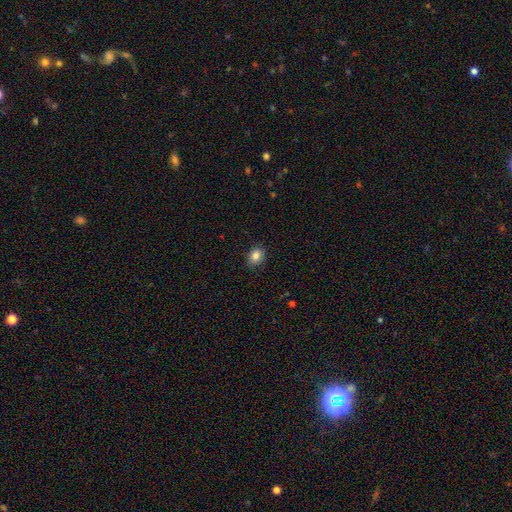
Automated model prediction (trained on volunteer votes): A smooth galaxy with no disk features (84%) that is in between round and cigar-shaped (54%).

Vote fractions:
- Smooth or featured? smooth: 84% / star or artifact: 10% / featured or disk: 6%
- How rounded? in between: 54% / round: 45% / cigar-shaped: 1%
- Merging? none: 87% / minor disturbance: 10% / major disturbance: 2% / merger: 1%